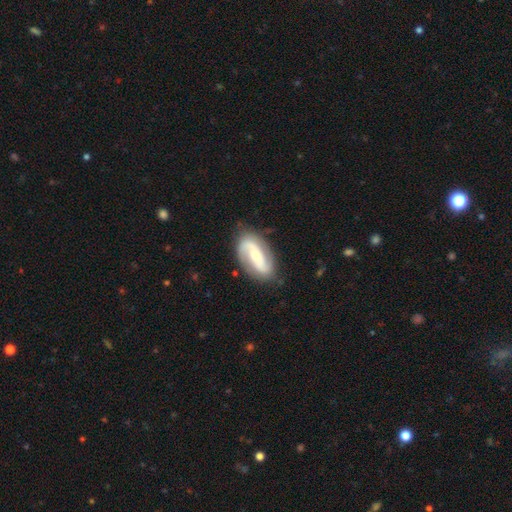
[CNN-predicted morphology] A featured or disk galaxy (80%) with a strong bar (36%), 2 (89%) medium (39%, tied with loose) spiral arms (94%) and a small central bulge (49%).

Vote fractions:
- Smooth or featured? featured or disk: 80% / smooth: 16% / star or artifact: 5%
- Edge-on disk? no: 95% / yes: 5%
- Bar? strong: 36% / weak: 33% / no: 31%
- Spiral arms? yes: 94% / no: 6%
- Spiral winding? medium: 39% (tied) / loose: 39% (tied) / tight: 23%
- Spiral arm count? 2: 89% / can't tell: 5% / 1: 3% / 3: 1% / 4: 1% / more than 4: 1%
- Bulge size? small: 49% / moderate: 43% / large: 5% / none: 3% / dominant: 1%
- Merging? none: 81% / minor disturbance: 14% / major disturbance: 4% / merger: 1%